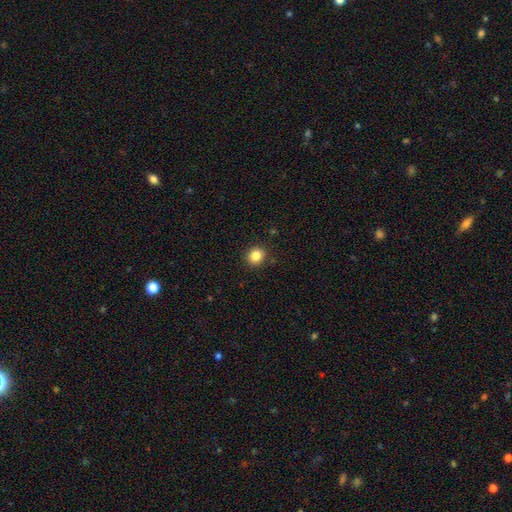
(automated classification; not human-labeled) This appears to be a smooth galaxy with no disk features (84%) that is round (83%). Merging: none (90%).